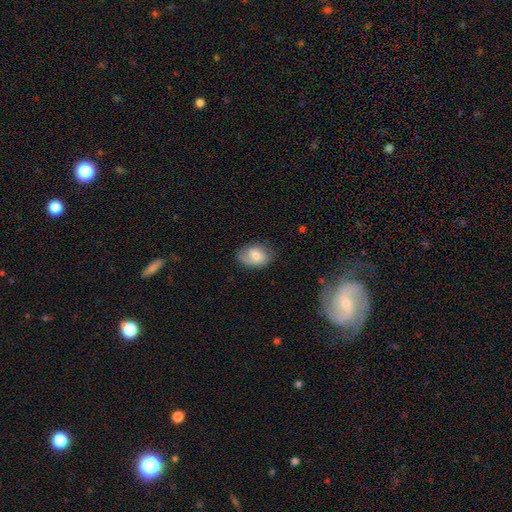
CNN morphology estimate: smooth_or_featured: smooth (p=0.63) [alt: featured or disk p=0.30]
how_rounded: in between (p=0.77) [alt: round p=0.22]
merging: none (p=0.68) [alt: minor disturbance p=0.23]